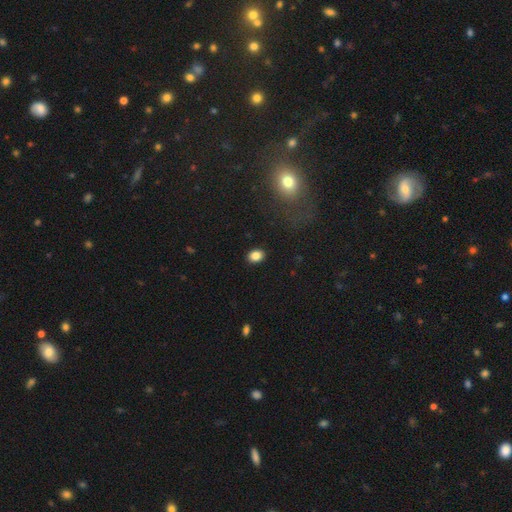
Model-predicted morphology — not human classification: A smooth galaxy with no disk features (86%) that is in between round and cigar-shaped (62%). Merging: none (90%).